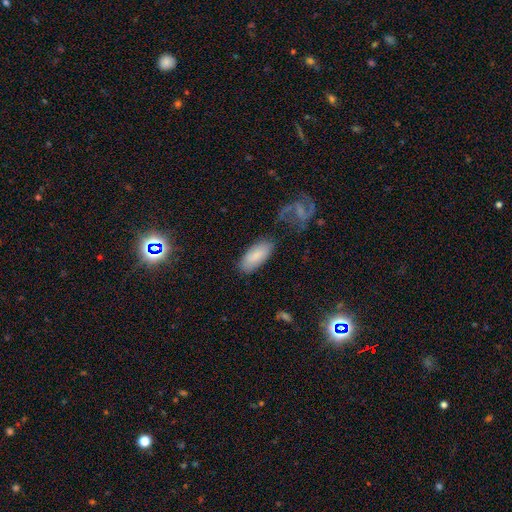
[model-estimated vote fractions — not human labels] A smooth galaxy with no disk features (81%) that is in between round and cigar-shaped (87%). Merging: none (75%).